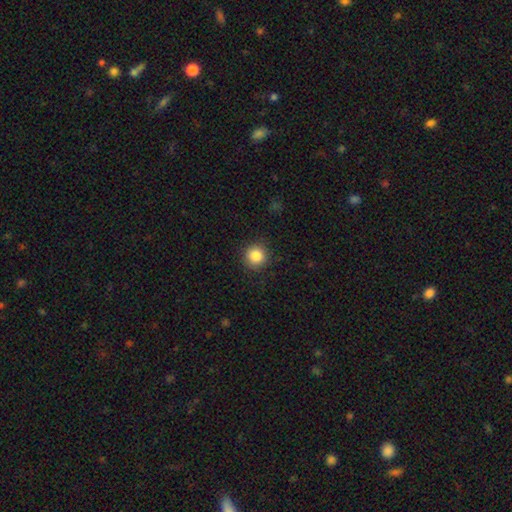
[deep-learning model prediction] This is clearly a smooth galaxy (85%). How rounded: clearly round (94%). Merging: clearly none (90%).